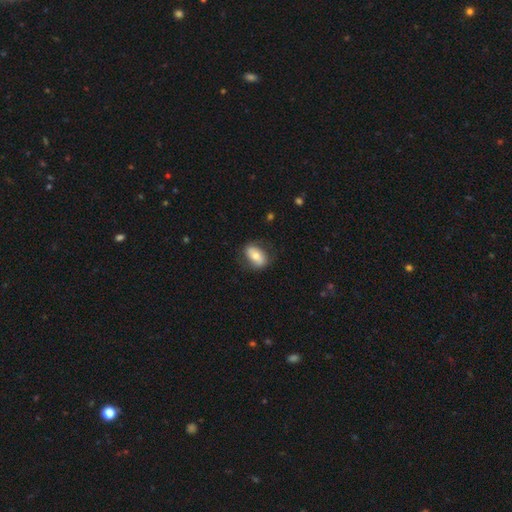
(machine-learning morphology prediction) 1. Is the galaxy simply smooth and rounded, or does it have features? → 67% smooth, 27% featured or disk, 6% star or artifact.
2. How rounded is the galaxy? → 88% in between, 9% round, 3% cigar-shaped.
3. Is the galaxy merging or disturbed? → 74% none, 18% minor disturbance, 6% major disturbance, 1% merger.